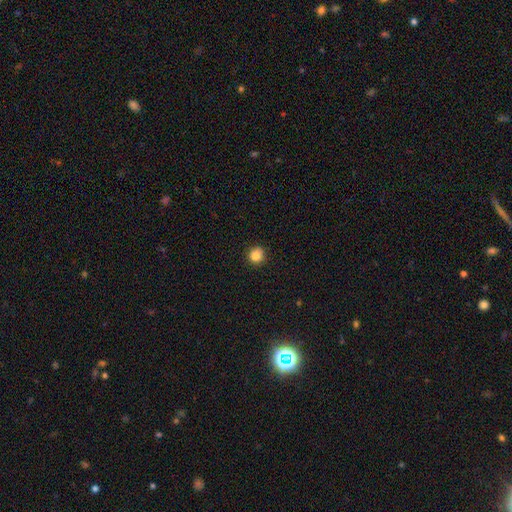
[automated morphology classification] type=smooth (85%); roundness=round (92%); merging=none (88%).